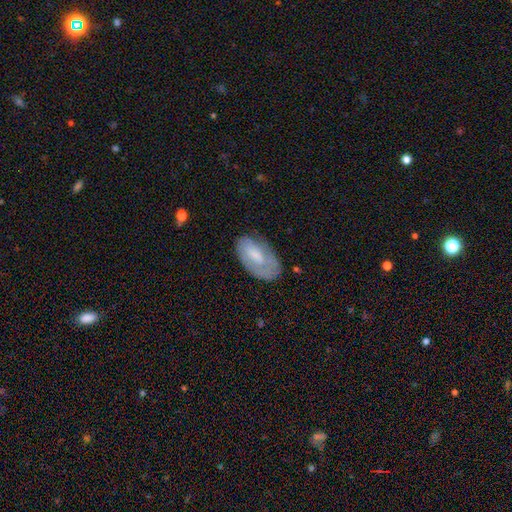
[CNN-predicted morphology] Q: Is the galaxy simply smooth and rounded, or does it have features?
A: smooth — 54%.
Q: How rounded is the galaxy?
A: in between — 93%.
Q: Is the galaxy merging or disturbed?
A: none — 61%.